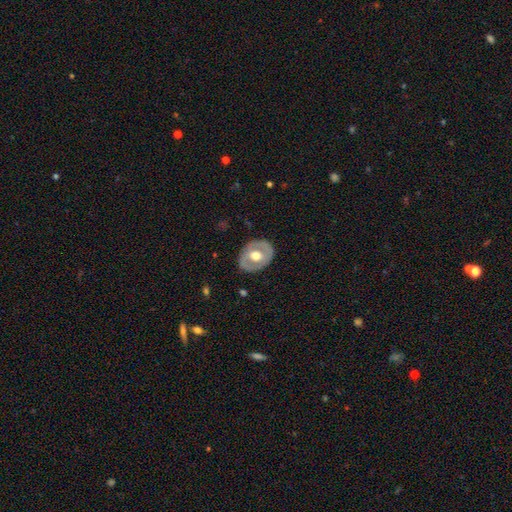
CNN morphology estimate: smooth_or_featured: featured or disk (p=0.56) [alt: smooth p=0.39]
disk_edge_on: no (p=0.92) [alt: yes p=0.08]
bar: no (p=0.70) [alt: weak p=0.22]
has_spiral_arms: no (p=0.80) [alt: yes p=0.20]
bulge_size: moderate (p=0.66) [alt: large p=0.27]
merging: none (p=0.83) [alt: minor disturbance p=0.12]